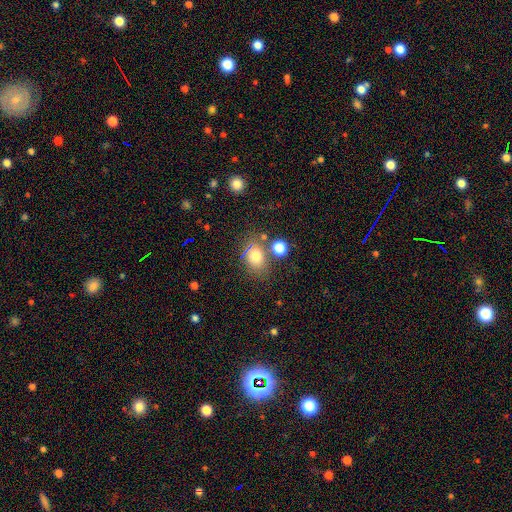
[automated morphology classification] type=smooth (71%); roundness=in between (57%); merging=none (64%).